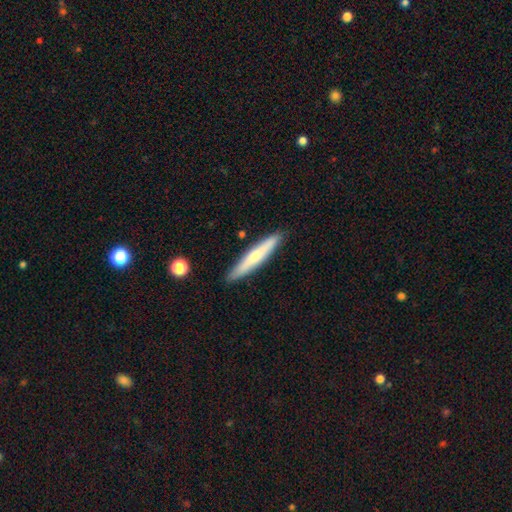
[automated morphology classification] A smooth galaxy with no disk features (60%) that is cigar-shaped (92%).

Vote fractions:
- Smooth or featured? smooth: 60% / featured or disk: 35% / star or artifact: 6%
- How rounded? cigar-shaped: 92% / in between: 7% / round: 1%
- Merging? none: 88% / minor disturbance: 8% / major disturbance: 2% / merger: 2%